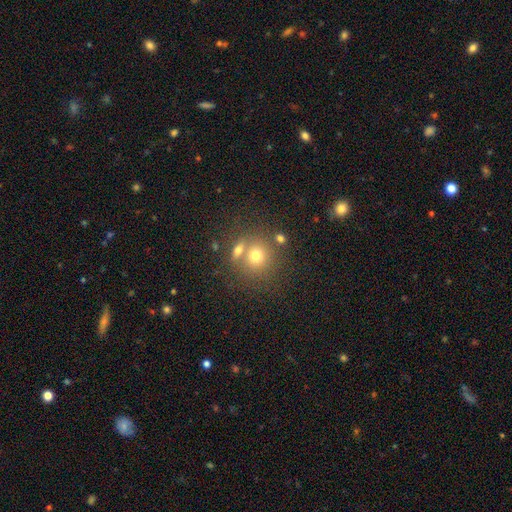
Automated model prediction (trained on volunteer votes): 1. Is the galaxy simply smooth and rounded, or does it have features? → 71% smooth, 15% featured or disk, 14% star or artifact.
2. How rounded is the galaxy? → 86% round, 13% in between, 1% cigar-shaped.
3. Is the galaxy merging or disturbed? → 56% none, 31% merger, 9% minor disturbance, 4% major disturbance.